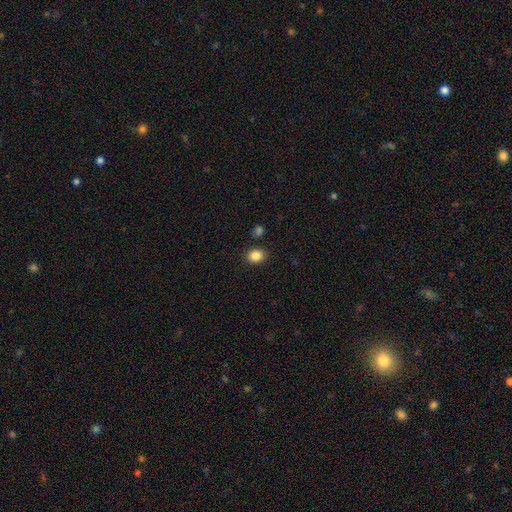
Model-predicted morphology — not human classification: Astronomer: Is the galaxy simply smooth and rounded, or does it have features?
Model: smooth — 86%.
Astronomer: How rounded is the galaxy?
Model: round — 56% (runner-up: in between, 44%).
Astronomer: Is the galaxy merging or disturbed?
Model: none — 87%.